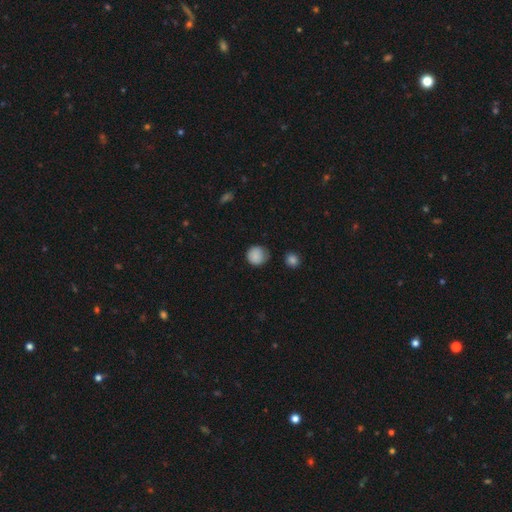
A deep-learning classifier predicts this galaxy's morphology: Q: Smooth or featured?
A: smooth (86%); runner-up: star or artifact (9%)
Q: How rounded?
A: round (91%); runner-up: in between (8%)
Q: Merging?
A: none (75%); runner-up: minor disturbance (19%)